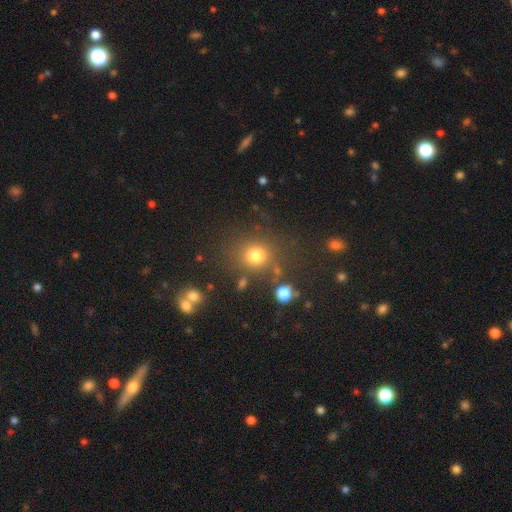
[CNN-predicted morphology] smooth-or-featured: smooth: 76% | star or artifact: 17% | featured or disk: 7%
  how-rounded: round: 80% | in between: 19% | cigar-shaped: 1%
  merging: none: 74% | minor disturbance: 12% | merger: 8% | major disturbance: 6%